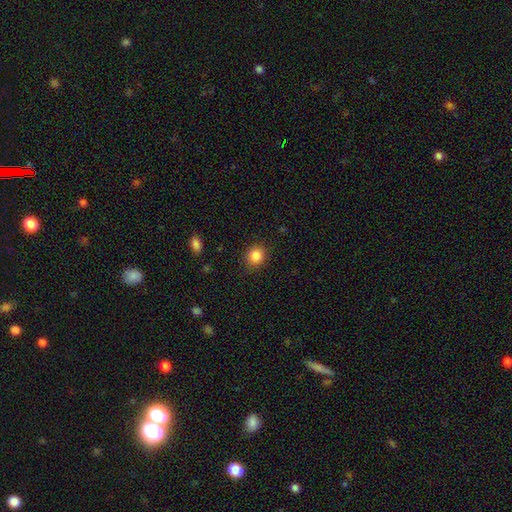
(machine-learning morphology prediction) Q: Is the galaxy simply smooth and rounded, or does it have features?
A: smooth — 85%.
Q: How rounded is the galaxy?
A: round — 84%.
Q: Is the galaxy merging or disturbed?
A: none — 87%.